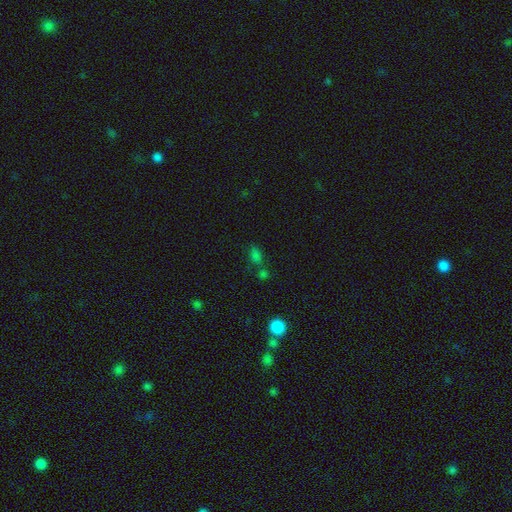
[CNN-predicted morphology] Smooth or featured? Predicted: smooth (p=0.62). How rounded? Predicted: in between (p=0.76). Merging? Predicted: none (p=0.52).